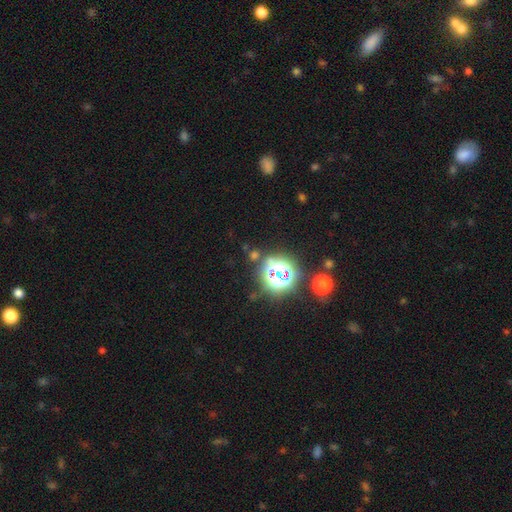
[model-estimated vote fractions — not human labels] Smooth or featured? star or artifact (71%)